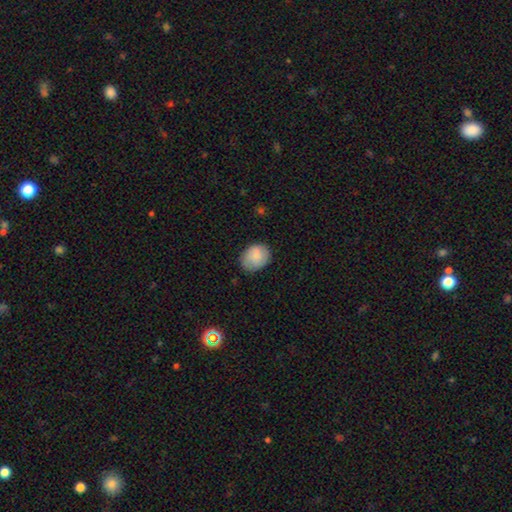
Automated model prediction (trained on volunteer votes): This appears to be a smooth galaxy with no disk features (84%) that is in between round and cigar-shaped (56%). Merging: none (74%).